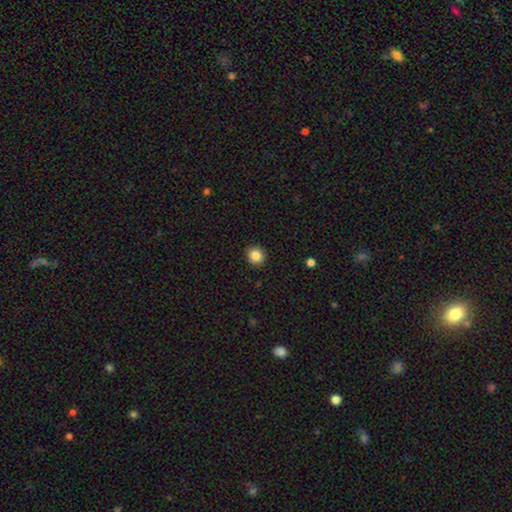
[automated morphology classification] Smooth or featured? Predicted: smooth (p=0.84). How rounded? Predicted: round (p=0.89). Merging? Predicted: none (p=0.92).